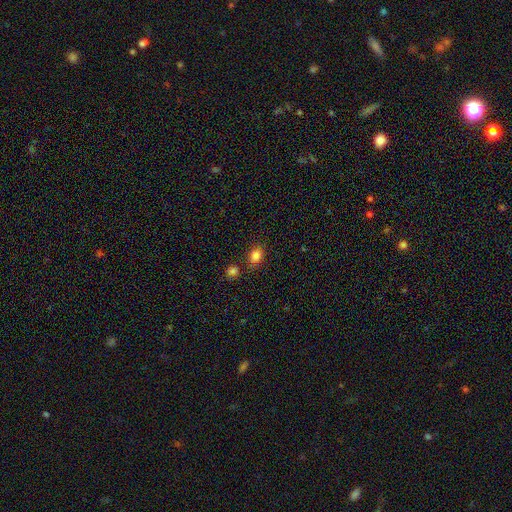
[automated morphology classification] This appears to be a smooth galaxy with no disk features (82%) that is in between round and cigar-shaped (59%). Merging: none (74%).